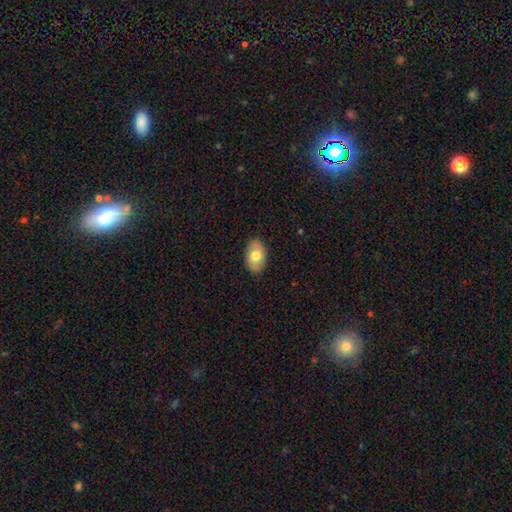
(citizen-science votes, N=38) Overall: smooth (74%). How rounded: in between (100%). Merging: none (88%).